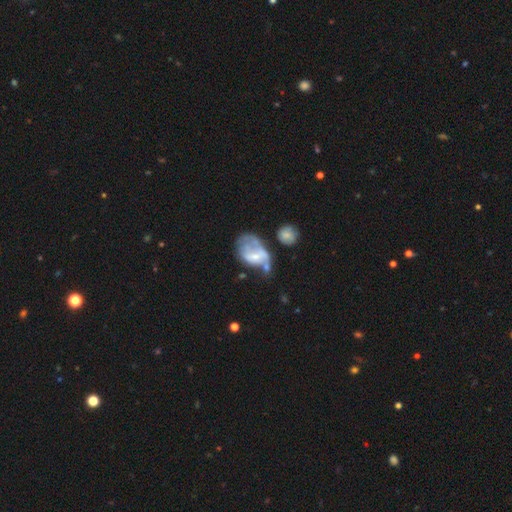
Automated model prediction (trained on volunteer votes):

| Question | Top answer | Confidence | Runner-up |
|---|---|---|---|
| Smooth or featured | featured or disk | 53% | smooth (38%) |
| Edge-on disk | no | 97% | yes (3%) |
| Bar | no | 63% | weak (29%) |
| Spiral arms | no | 65% | yes (35%) |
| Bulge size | small | 49% | moderate (30%) |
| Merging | major disturbance | 37% | merger (23%) |